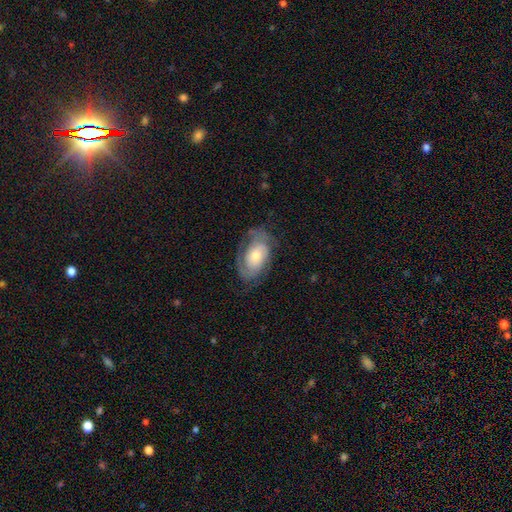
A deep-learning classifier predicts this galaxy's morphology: A featured or disk galaxy (69%) with no bar (74%), 2 (45%) tight (56%) spiral arms (86%) and a moderate central bulge (58%).

Vote fractions:
- Smooth or featured? featured or disk: 69% / smooth: 25% / star or artifact: 6%
- Edge-on disk? no: 94% / yes: 6%
- Bar? no: 74% / weak: 21% / strong: 5%
- Spiral arms? yes: 86% / no: 14%
- Spiral winding? tight: 56% / medium: 33% / loose: 12%
- Spiral arm count? 2: 45% / can't tell: 33% / 3: 9% / 1: 8% / 4: 3% / more than 4: 2%
- Bulge size? moderate: 58% / small: 31% / large: 8% / none: 2% / dominant: 1%
- Merging? none: 66% / minor disturbance: 21% / major disturbance: 11% / merger: 1%